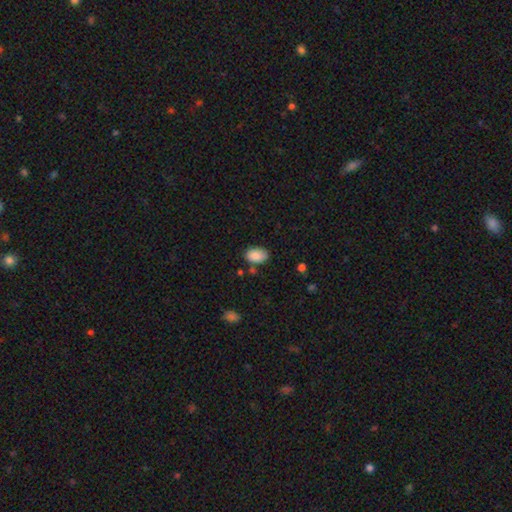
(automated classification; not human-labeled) smooth 88%, star or artifact 7%, featured or disk 5%. Down the decision tree: how rounded — in between (90%); merging — none (76%).